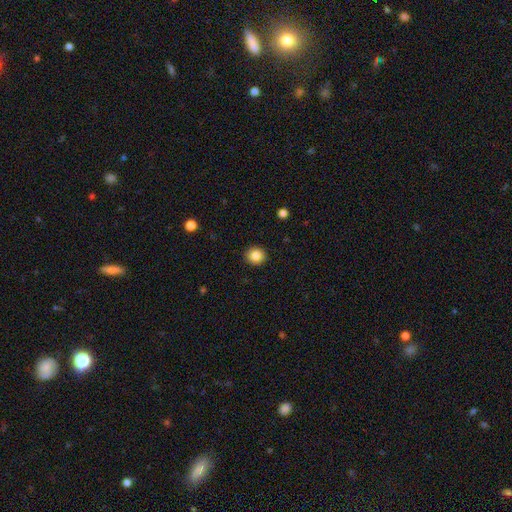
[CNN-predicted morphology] A smooth galaxy with no disk features (85%) that is round (85%). Merging: none (91%).